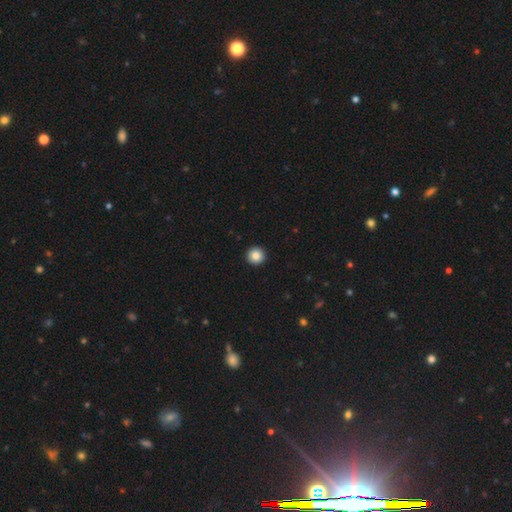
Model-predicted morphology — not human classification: smooth-or-featured: smooth: 86% | star or artifact: 9% | featured or disk: 4%
  how-rounded: round: 96% | in between: 3% | cigar-shaped: 1%
  merging: none: 94% | minor disturbance: 4% | major disturbance: 1% | merger: 1%